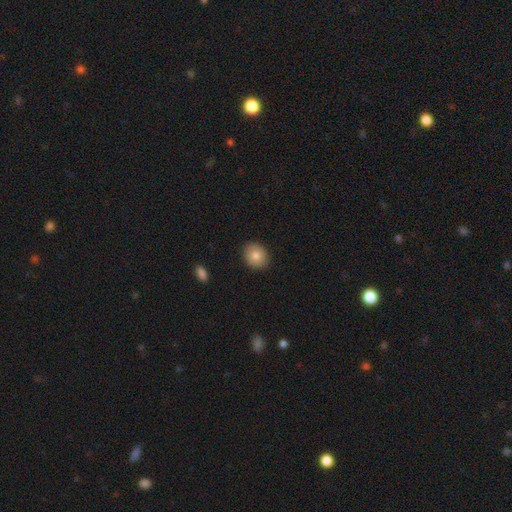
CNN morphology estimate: Smooth or featured? smooth (81%)
How rounded? round (68%)
Merging? none (89%)